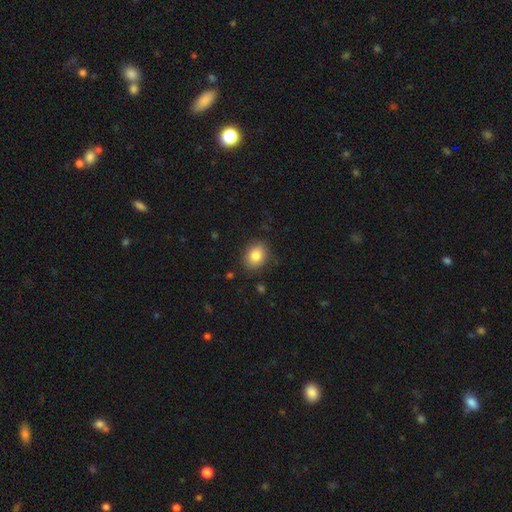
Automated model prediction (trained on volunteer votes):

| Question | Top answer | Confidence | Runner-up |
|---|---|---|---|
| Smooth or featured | smooth | 83% | star or artifact (9%) |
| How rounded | in between | 55% | round (44%) |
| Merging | none | 86% | minor disturbance (10%) |